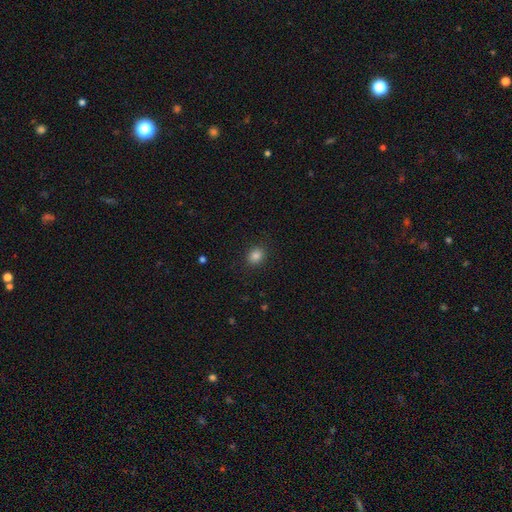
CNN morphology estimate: smooth_or_featured: smooth (p=0.84) [alt: star or artifact p=0.11]
how_rounded: round (p=0.52) [alt: in between p=0.47]
merging: none (p=0.89) [alt: minor disturbance p=0.08]